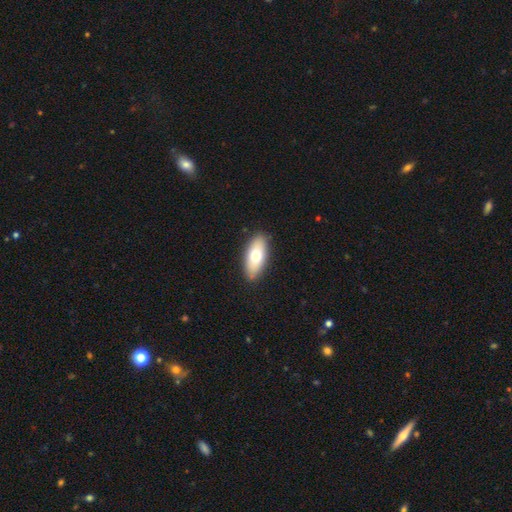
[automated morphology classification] type=smooth (70%); roundness=in between (85%); merging=none (87%).